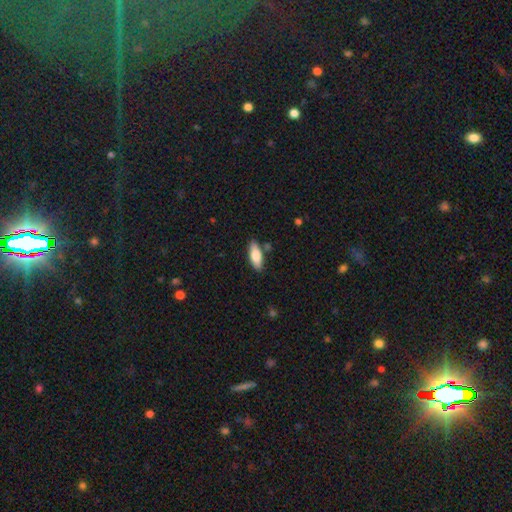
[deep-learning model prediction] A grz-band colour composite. It shows a smooth galaxy with no disk features (78%) that is in between round and cigar-shaped (72%). Merging: none (83%).